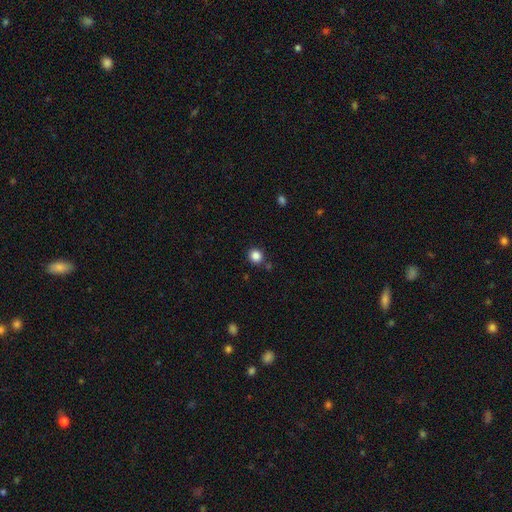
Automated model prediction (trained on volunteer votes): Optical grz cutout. It shows a smooth galaxy with no disk features (85%) that is round (89%). Merging: none (85%).